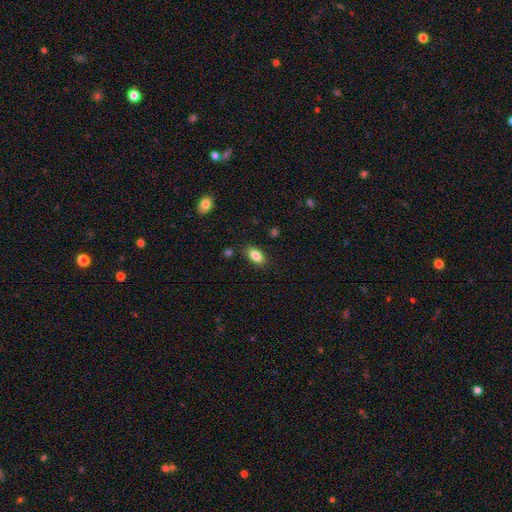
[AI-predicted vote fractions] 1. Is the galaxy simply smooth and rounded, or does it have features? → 86% smooth, 8% star or artifact, 7% featured or disk.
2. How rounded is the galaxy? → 90% in between, 5% round, 4% cigar-shaped.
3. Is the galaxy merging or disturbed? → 85% none, 10% minor disturbance, 3% major disturbance, 2% merger.